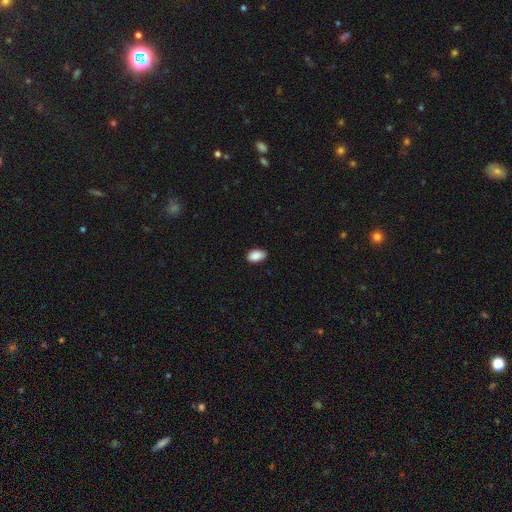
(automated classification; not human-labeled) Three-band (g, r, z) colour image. It shows a smooth galaxy with no disk features (90%) that is in between round and cigar-shaped (91%). Merging: none (84%).